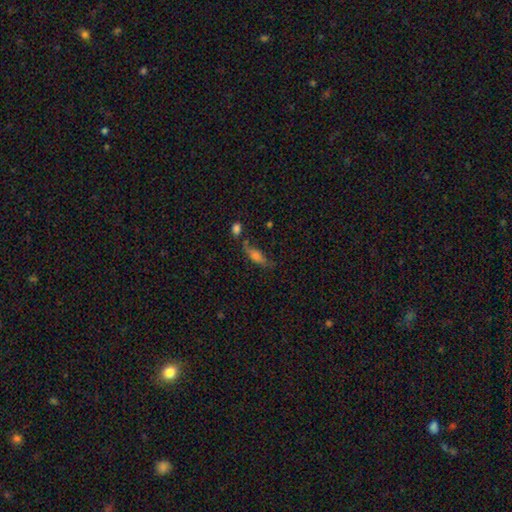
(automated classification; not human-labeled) Smooth or featured: smooth — 56% (featured or disk — 31%)
How rounded: in between — 48% (tied with cigar-shaped — 48%)
Merging: none — 58% (minor disturbance — 20%)